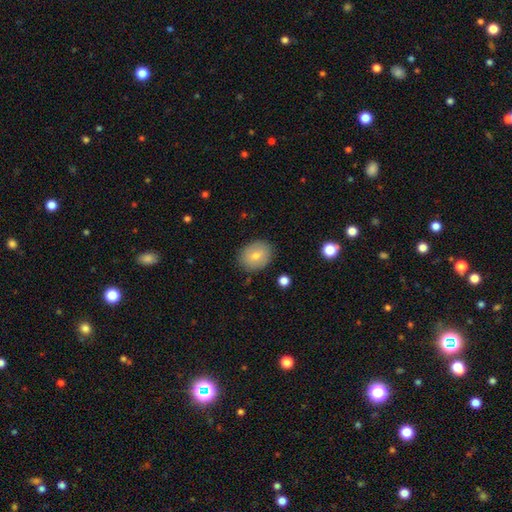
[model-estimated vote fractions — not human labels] This appears to be a smooth galaxy with no disk features (74%) that is in between round and cigar-shaped (51%). Merging: none (84%).